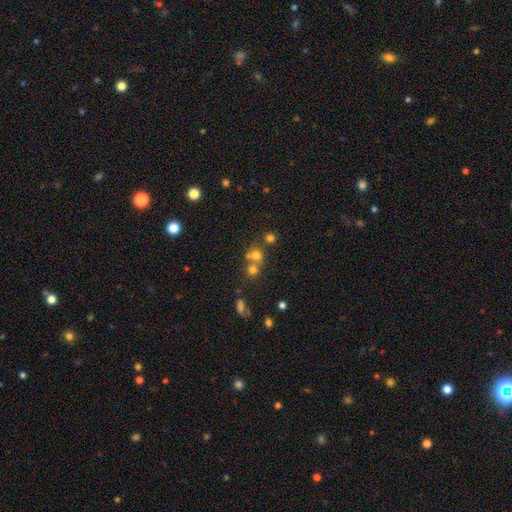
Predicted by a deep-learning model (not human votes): Overall: smooth (67%). How rounded: round (84%). Merging: none (46%; merger 44%).